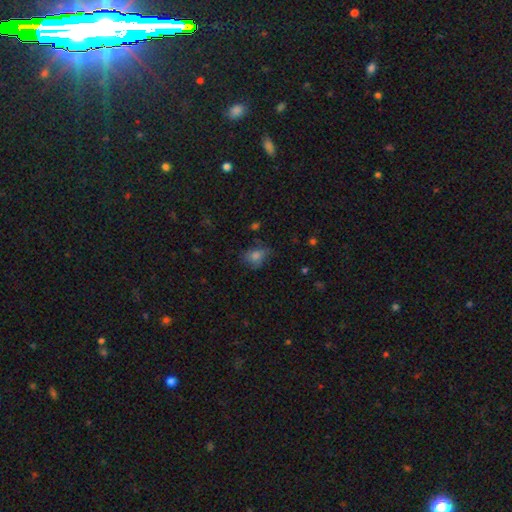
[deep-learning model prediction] A smooth galaxy with no disk features (70%) that is in between round and cigar-shaped (56%).

Vote fractions:
- Smooth or featured? smooth: 70% / featured or disk: 15% / star or artifact: 15%
- How rounded? in between: 56% / round: 42% / cigar-shaped: 2%
- Merging? none: 55% / minor disturbance: 29% / major disturbance: 13% / merger: 2%